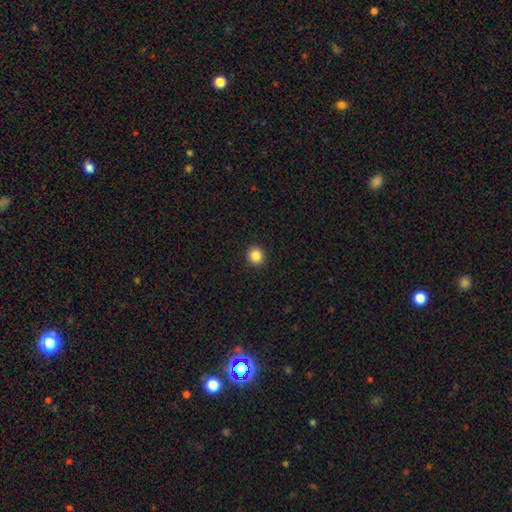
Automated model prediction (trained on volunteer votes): smooth-or-featured: smooth: 86% | star or artifact: 11% | featured or disk: 4%
  how-rounded: round: 90% | in between: 9% | cigar-shaped: 1%
  merging: none: 93% | minor disturbance: 5% | major disturbance: 2% | merger: 1%